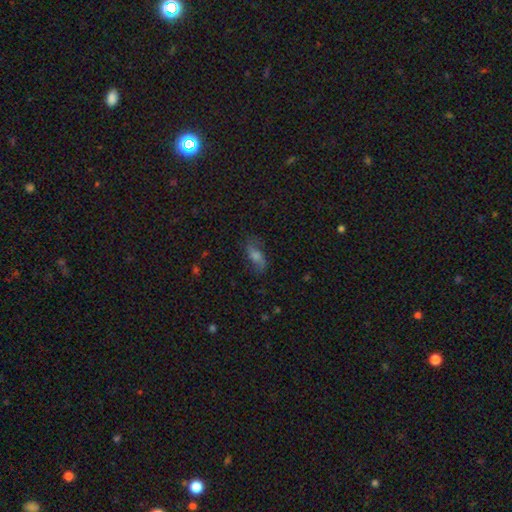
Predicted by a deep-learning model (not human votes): This is marginally a featured or disk galaxy (44%). Merging: likely none (75%).